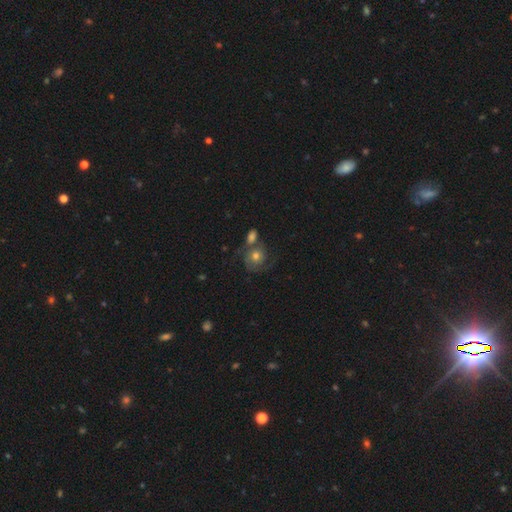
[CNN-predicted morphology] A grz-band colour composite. It shows a featured or disk galaxy (65%) with no bar (80%), 2 (64%) tight (49%) spiral arms (90%) and a moderate central bulge (65%). Merging: none (55%).